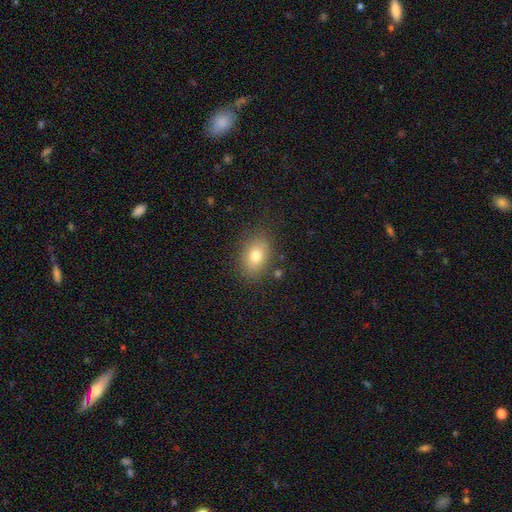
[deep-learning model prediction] Smooth or featured?
  - smooth: 78% *
  - featured or disk: 13%
  - star or artifact: 10%
How rounded?
  - in between: 78% *
  - round: 20%
  - cigar-shaped: 2%
Merging?
  - none: 81% *
  - minor disturbance: 13%
  - major disturbance: 4%
  - merger: 2%